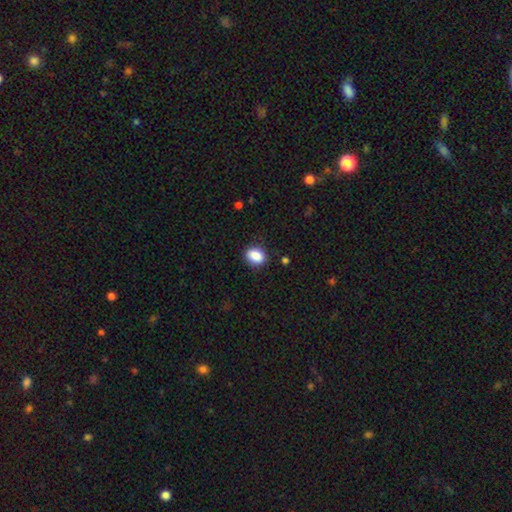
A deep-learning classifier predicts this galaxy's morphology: smooth_or_featured: smooth (p=0.87) [alt: star or artifact p=0.09]
how_rounded: in between (p=0.64) [alt: round p=0.34]
merging: none (p=0.86) [alt: minor disturbance p=0.10]